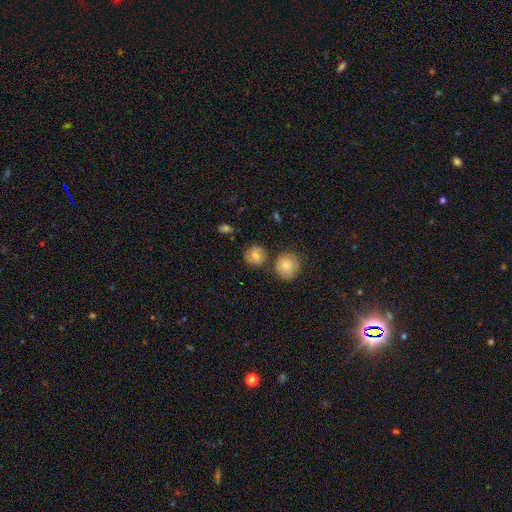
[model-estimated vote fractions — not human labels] Morphology: type=smooth (79%); roundness=round (86%); merging=none (72%).